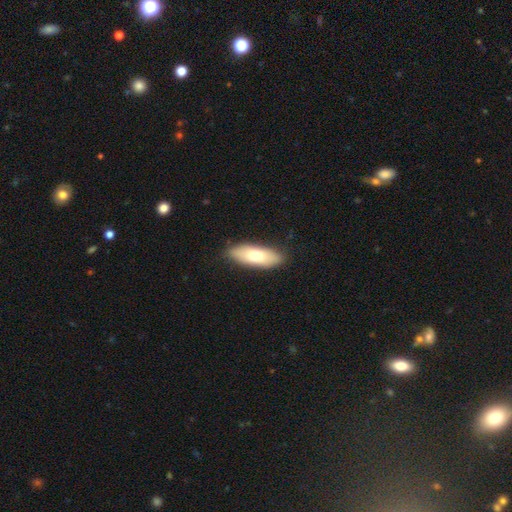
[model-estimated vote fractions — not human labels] This is likely a smooth galaxy (72%). How rounded: likely in between (69%). Merging: clearly none (85%).